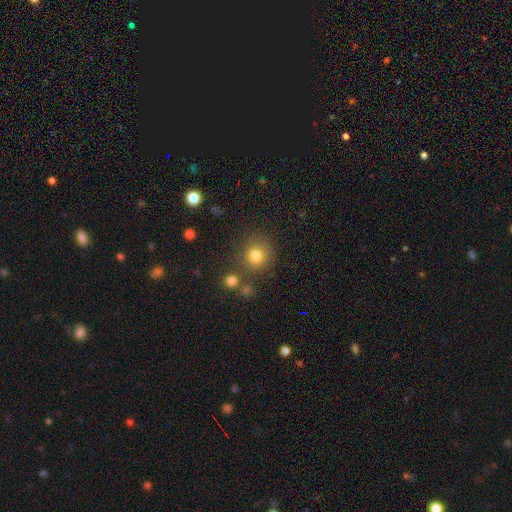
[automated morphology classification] This is clearly a smooth galaxy (81%). How rounded: clearly round (88%). Merging: likely none (73%).